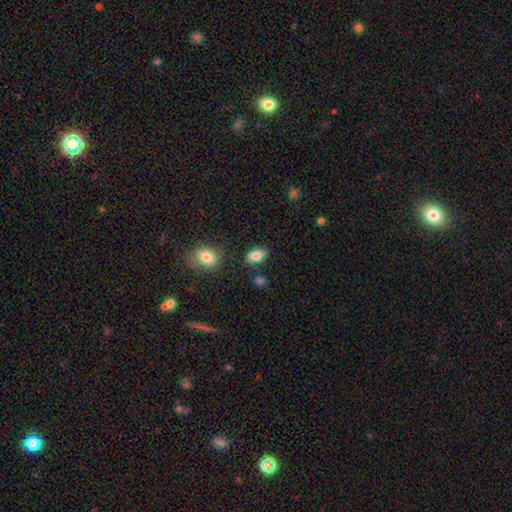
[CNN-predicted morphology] smooth_or_featured: smooth (p=0.84) [alt: star or artifact p=0.08]
how_rounded: in between (p=0.89) [alt: round p=0.09]
merging: none (p=0.79) [alt: minor disturbance p=0.14]